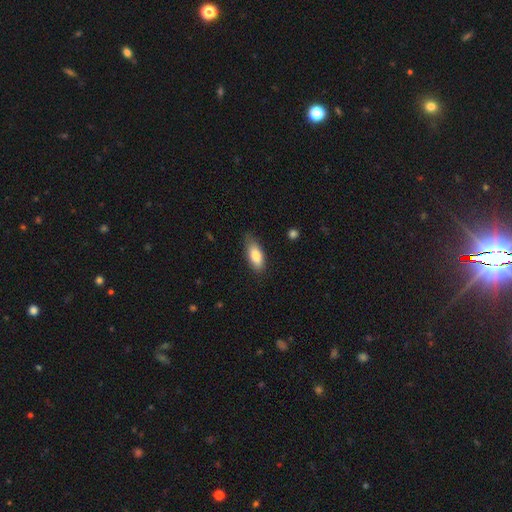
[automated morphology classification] Overall: smooth (80%). How rounded: in between (81%). Merging: none (76%).